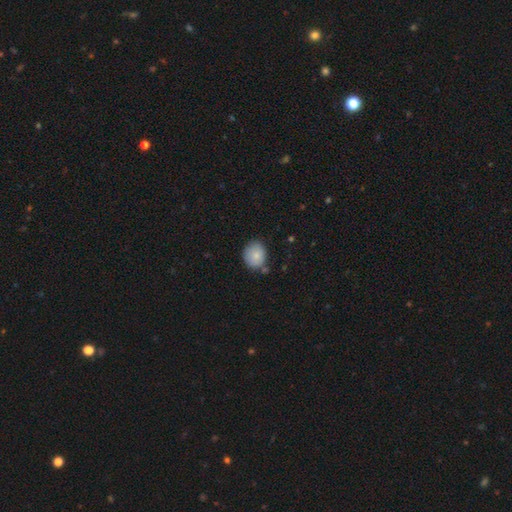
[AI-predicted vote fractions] smooth_or_featured: smooth (p=0.84) [alt: featured or disk p=0.08]
how_rounded: round (p=0.63) [alt: in between p=0.36]
merging: none (p=0.71) [alt: minor disturbance p=0.19]